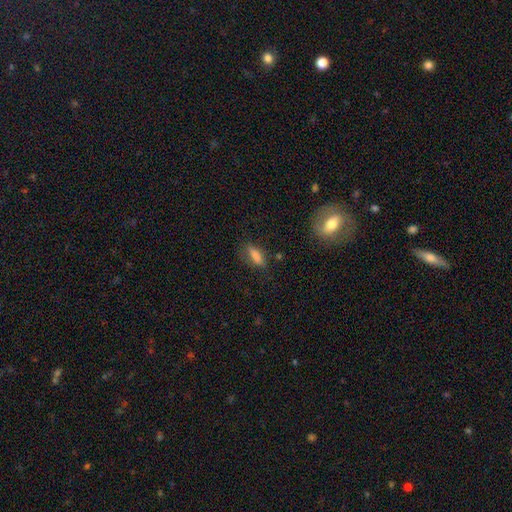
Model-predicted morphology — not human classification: smooth 78%, featured or disk 12%, star or artifact 10%. Down the decision tree: how rounded — in between (57%); merging — none (73%).